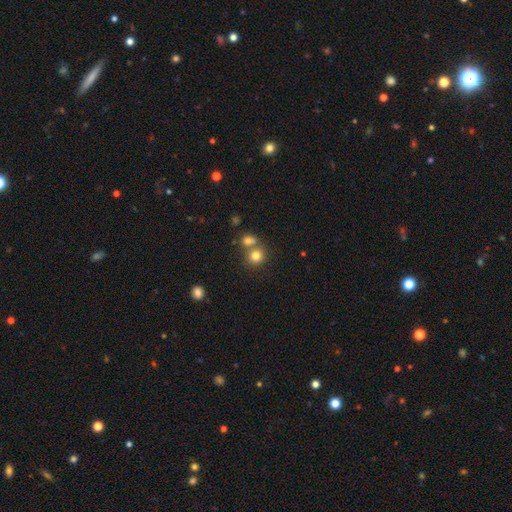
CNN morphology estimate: A smooth galaxy with no disk features (79%) that is round (84%). Merging: none (52%).